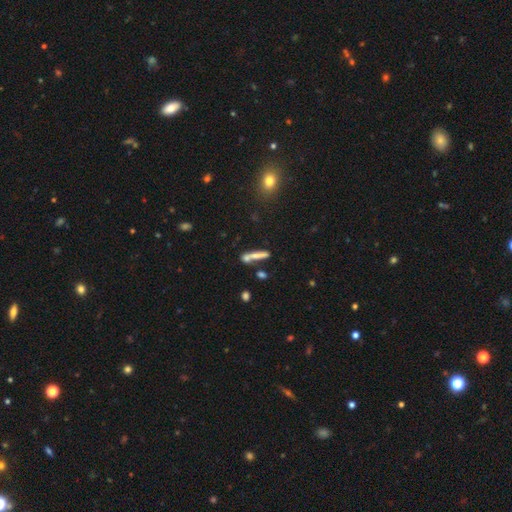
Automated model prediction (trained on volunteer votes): smooth_or_featured: smooth (p=0.62) [alt: featured or disk p=0.27]
how_rounded: cigar-shaped (p=0.83) [alt: in between p=0.13]
merging: none (p=0.54) [alt: merger p=0.27]